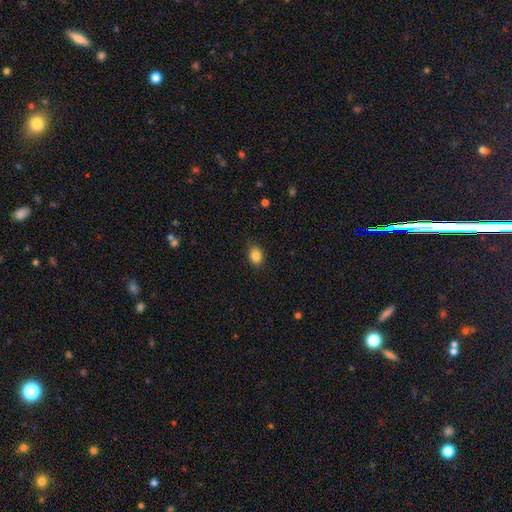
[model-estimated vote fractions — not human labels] smooth_or_featured: smooth (p=0.85) [alt: star or artifact p=0.10]
how_rounded: in between (p=0.52) [alt: round p=0.47]
merging: none (p=0.85) [alt: minor disturbance p=0.11]